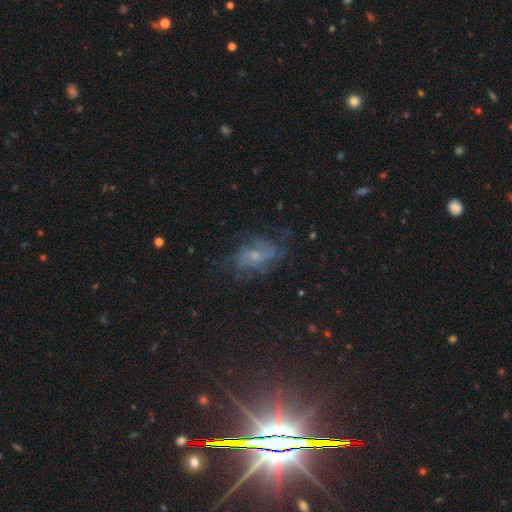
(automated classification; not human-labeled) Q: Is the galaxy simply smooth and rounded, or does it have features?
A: featured or disk — 63%.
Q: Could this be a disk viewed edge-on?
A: no — 95%.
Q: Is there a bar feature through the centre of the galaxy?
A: no — 60%.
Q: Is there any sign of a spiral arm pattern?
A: yes — 83%.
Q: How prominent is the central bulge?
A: small — 66%.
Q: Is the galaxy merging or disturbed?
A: none — 62%.